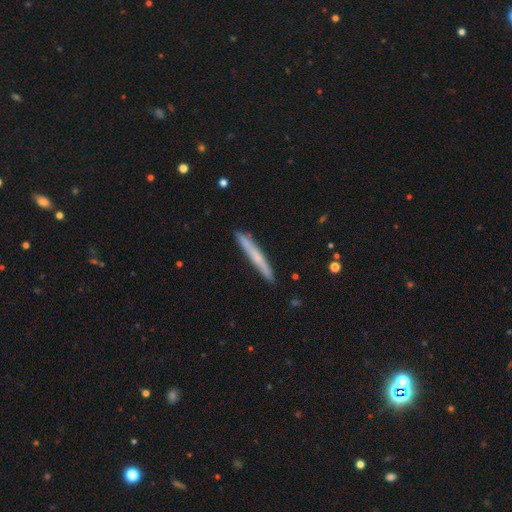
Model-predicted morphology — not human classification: Smooth or featured?
  - smooth: 56% *
  - featured or disk: 38%
  - star or artifact: 6%
How rounded?
  - cigar-shaped: 97% *
  - in between: 2%
  - round: 1%
Merging?
  - none: 89% *
  - minor disturbance: 8%
  - major disturbance: 1%
  - merger: 1%